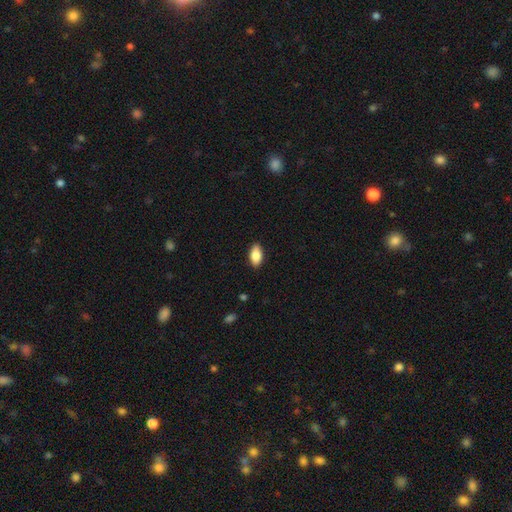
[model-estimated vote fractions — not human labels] This appears to be a smooth galaxy with no disk features (86%) that is in between round and cigar-shaped (92%). Merging: none (88%).